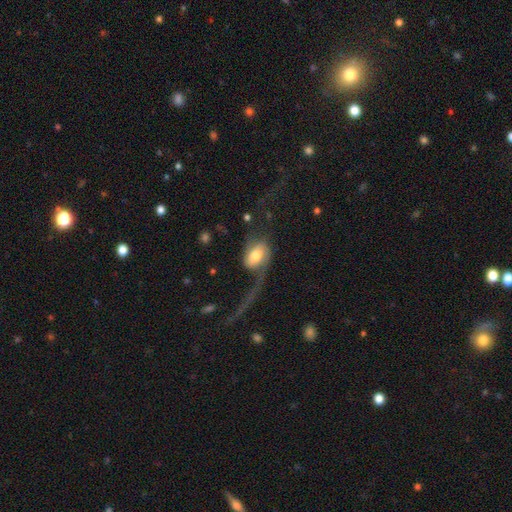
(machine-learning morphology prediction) This appears to be a featured or disk galaxy (54%) with no bar (53%), spiral arms (78%) and a moderate central bulge (63%). Merging: major disturbance (57%).